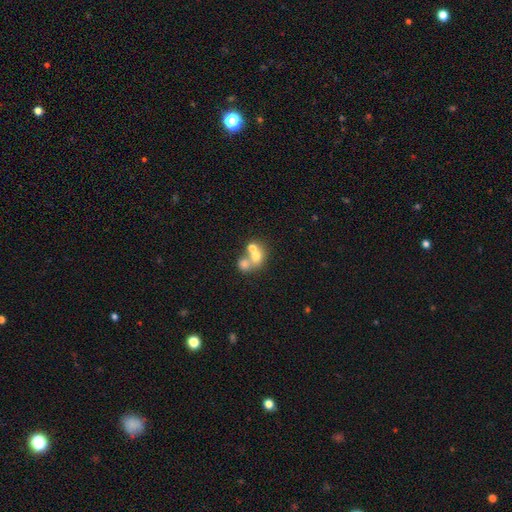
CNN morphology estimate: smooth-or-featured: smooth: 61% | featured or disk: 26% | star or artifact: 13%
  how-rounded: round: 72% | in between: 27% | cigar-shaped: 1%
  merging: merger: 61% | none: 29% | minor disturbance: 6% | major disturbance: 4%